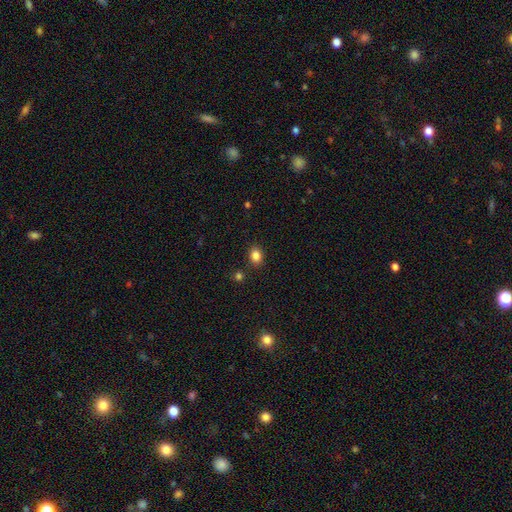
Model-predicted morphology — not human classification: smooth 84%, star or artifact 12%, featured or disk 4%. Down the decision tree: how rounded — in between (50%); merging — none (85%).